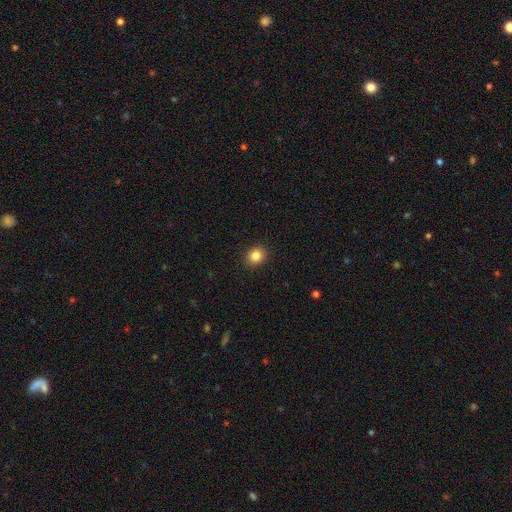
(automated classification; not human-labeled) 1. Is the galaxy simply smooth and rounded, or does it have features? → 85% smooth, 10% star or artifact, 5% featured or disk.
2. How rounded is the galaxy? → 63% round, 36% in between, 1% cigar-shaped.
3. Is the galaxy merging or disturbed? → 91% none, 7% minor disturbance, 2% major disturbance, 1% merger.